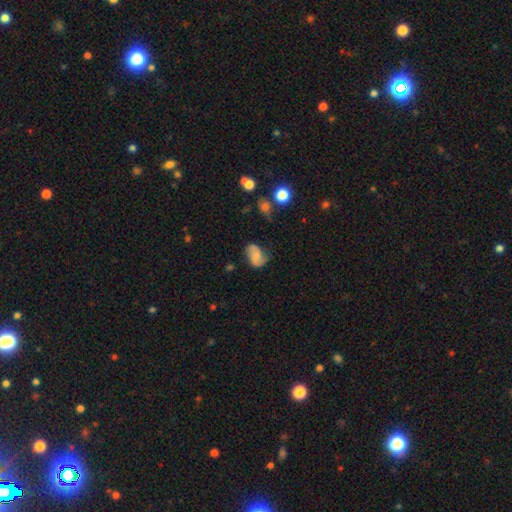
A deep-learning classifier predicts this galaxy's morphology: The model was most divided on "smooth or featured": smooth: 47%, featured or disk: 43%, star or artifact: 10%. More confident: merging — none (56%).